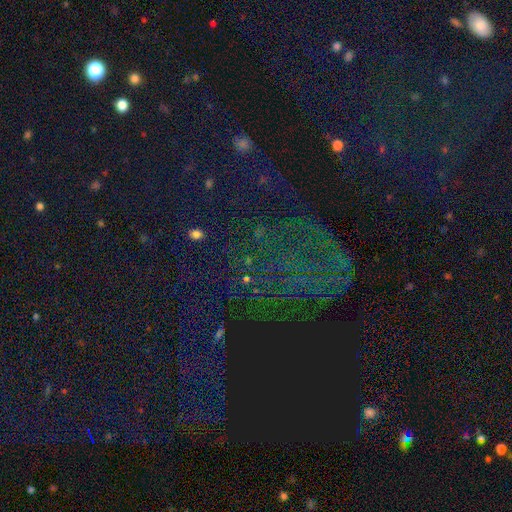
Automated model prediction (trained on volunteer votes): star or artifact 71%, featured or disk 15%, smooth 14%.